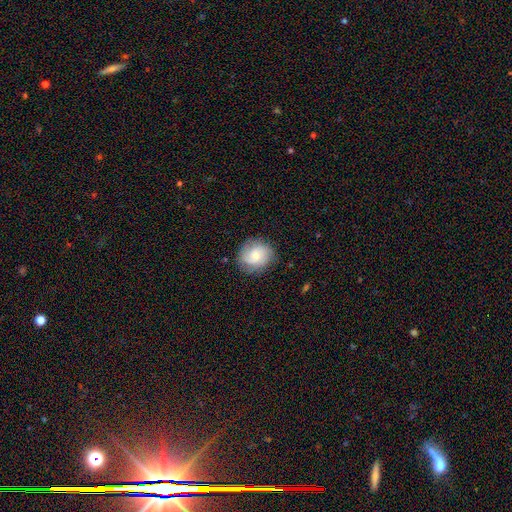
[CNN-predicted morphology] Q: Smooth or featured?
A: smooth (56%); runner-up: featured or disk (36%)
Q: How rounded?
A: round (77%); runner-up: in between (22%)
Q: Merging?
A: none (80%); runner-up: minor disturbance (15%)